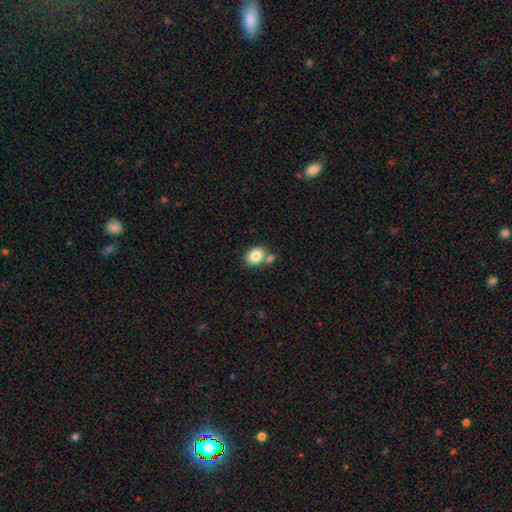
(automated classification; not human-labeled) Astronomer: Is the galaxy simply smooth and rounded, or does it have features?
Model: smooth — 83%.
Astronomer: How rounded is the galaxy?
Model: in between — 64%.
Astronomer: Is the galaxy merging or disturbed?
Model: none — 56%.